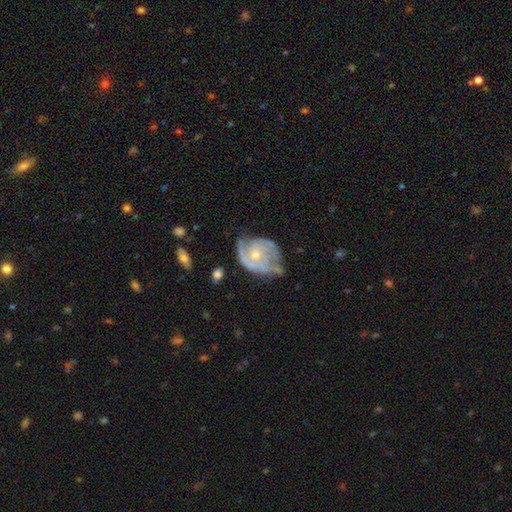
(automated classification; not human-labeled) Smooth or featured: featured or disk — 82% (smooth — 13%)
Edge-on disk: no — 98% (yes — 2%)
Bar: no — 76% (weak — 20%)
Spiral arms: yes — 90% (no — 10%)
Spiral winding: tight — 48% (medium — 38%)
Spiral arm count: 2 — 45% (can't tell — 24%)
Bulge size: small — 57% (moderate — 38%)
Merging: none — 46% (minor disturbance — 32%)